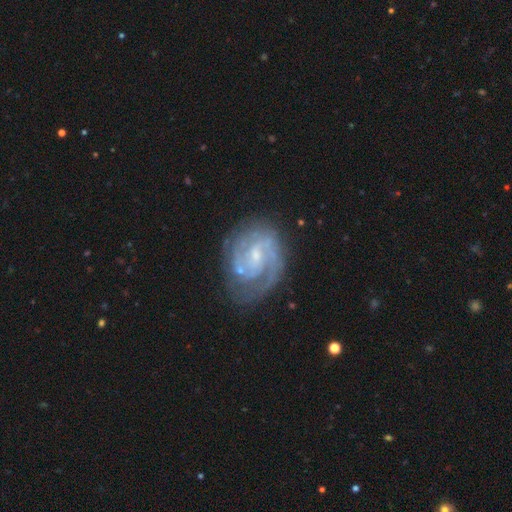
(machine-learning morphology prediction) Smooth or featured? Predicted: featured or disk (p=0.88). Edge-on disk? Predicted: no (p=0.98). Bar? Predicted: weak (p=0.51). Spiral arms? Predicted: yes (p=0.97). Spiral winding? Predicted: tight (p=0.52). Spiral arm count? Predicted: 2 (p=0.61). Bulge size? Predicted: small (p=0.66). Merging? Predicted: none (p=0.72).